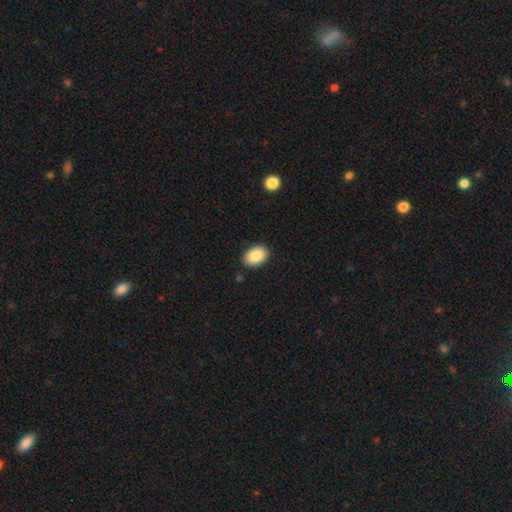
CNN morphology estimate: This appears to be a smooth galaxy with no disk features (87%) that is in between round and cigar-shaped (85%). Merging: none (88%).